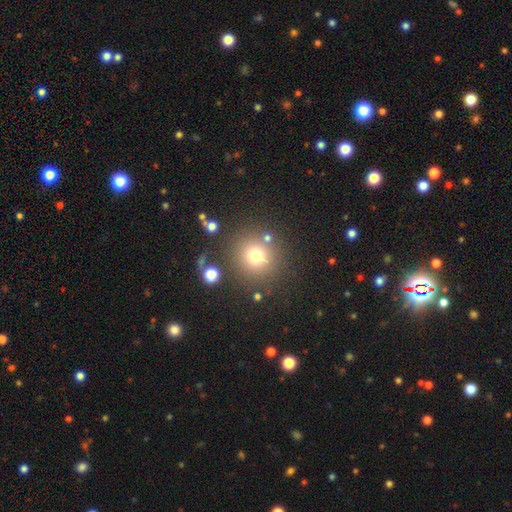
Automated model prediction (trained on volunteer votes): Overall: smooth (73%). How rounded: round (93%). Merging: none (81%).